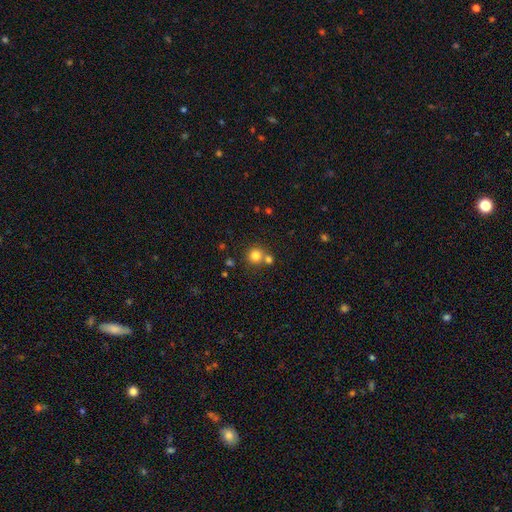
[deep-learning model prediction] Smooth or featured?
  - smooth: 80% *
  - star or artifact: 13%
  - featured or disk: 7%
How rounded?
  - round: 92% *
  - in between: 7%
  - cigar-shaped: 1%
Merging?
  - none: 62% *
  - merger: 29%
  - minor disturbance: 7%
  - major disturbance: 3%